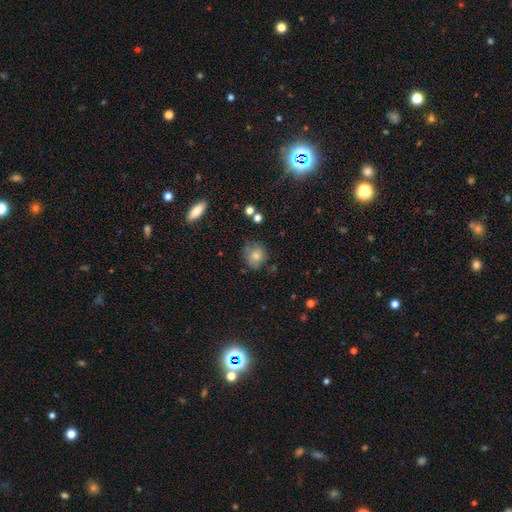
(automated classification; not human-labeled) Overall: smooth (79%). How rounded: round (78%). Merging: none (67%).